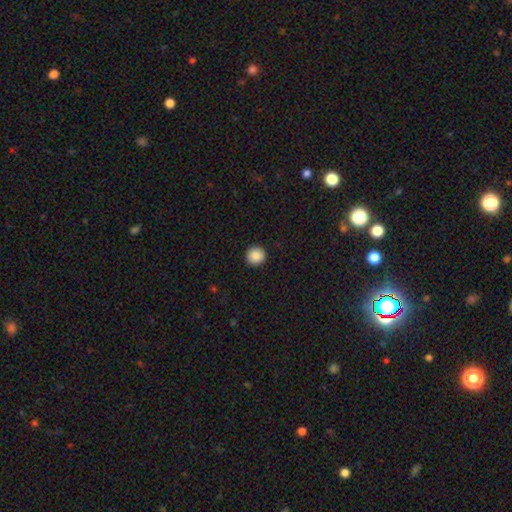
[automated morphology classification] smooth 89%, star or artifact 8%, featured or disk 3%. Down the decision tree: how rounded — round (96%); merging — none (93%).